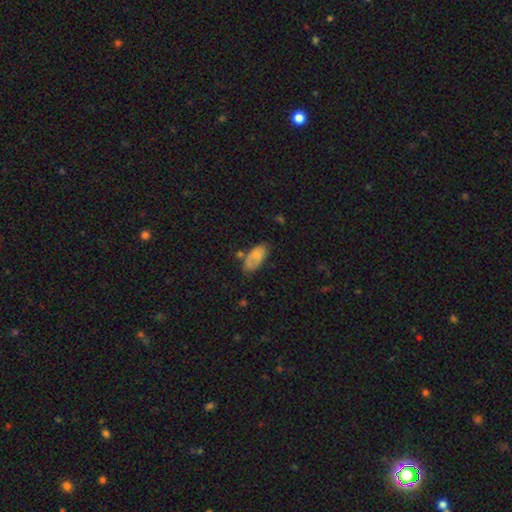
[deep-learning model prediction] This appears to be a smooth galaxy with no disk features (68%) that is in between round and cigar-shaped (92%). Merging: none (54%).